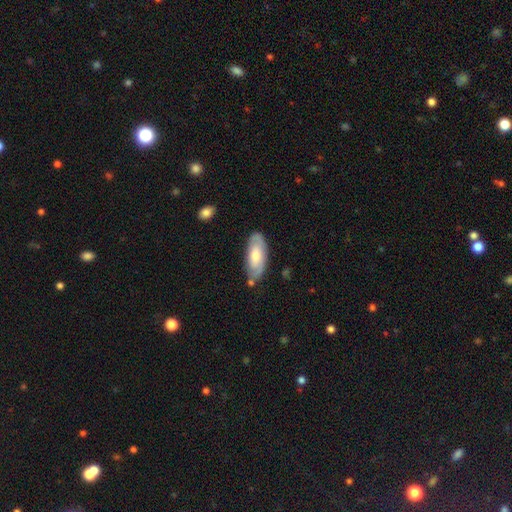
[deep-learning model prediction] This is possibly a smooth galaxy (53%). How rounded: clearly in between (84%). Merging: likely none (72%).